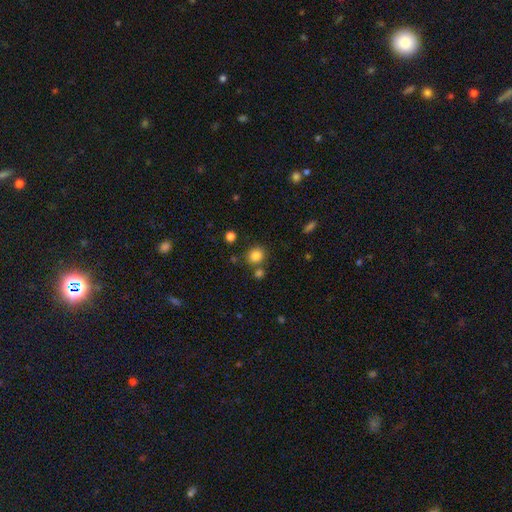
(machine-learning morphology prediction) Smooth or featured? Predicted: smooth (p=0.84). How rounded? Predicted: round (p=0.83). Merging? Predicted: none (p=0.75).